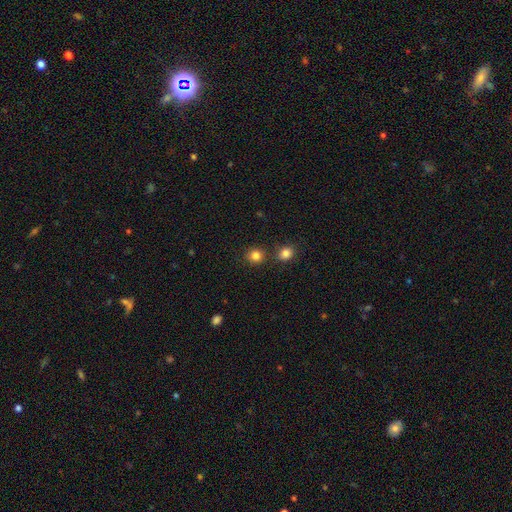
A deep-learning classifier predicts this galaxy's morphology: Q: Smooth or featured?
A: smooth (83%); runner-up: star or artifact (12%)
Q: How rounded?
A: round (87%); runner-up: in between (12%)
Q: Merging?
A: none (80%); runner-up: merger (10%)